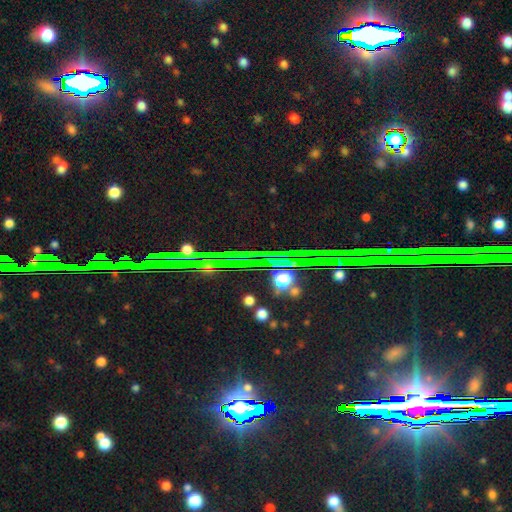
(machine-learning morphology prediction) Smooth or featured?
  - star or artifact: 83% *
  - featured or disk: 9%
  - smooth: 8%